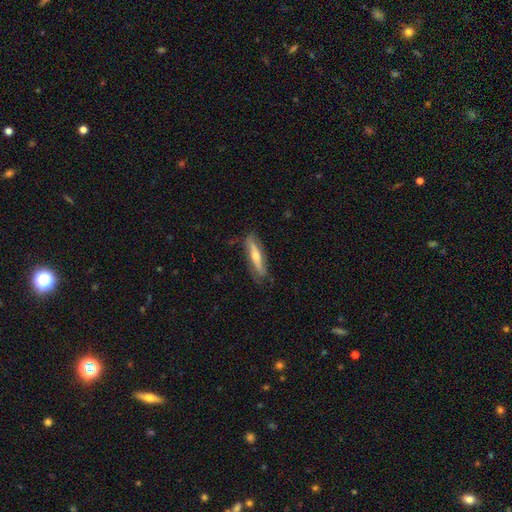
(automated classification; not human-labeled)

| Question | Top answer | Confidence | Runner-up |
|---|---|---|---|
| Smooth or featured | featured or disk | 54% | smooth (40%) |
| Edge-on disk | yes | 80% | no (20%) |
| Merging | none | 79% | minor disturbance (16%) |